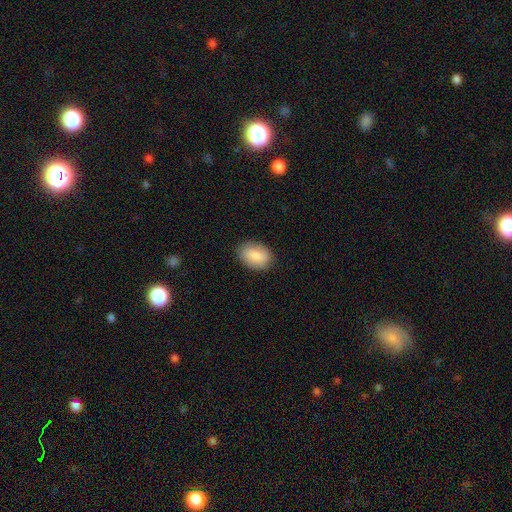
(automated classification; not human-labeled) This appears to be a smooth galaxy with no disk features (87%) that is in between round and cigar-shaped (83%). Merging: none (85%).